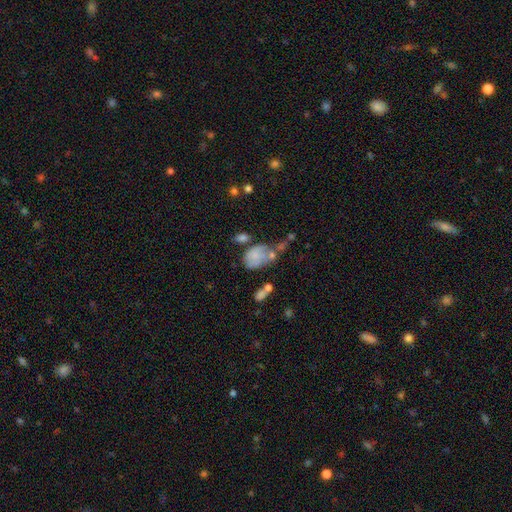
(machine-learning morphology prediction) Q: Smooth or featured?
A: smooth (66%); runner-up: featured or disk (24%)
Q: How rounded?
A: in between (78%); runner-up: round (21%)
Q: Merging?
A: none (28%); runner-up: merger (25%)